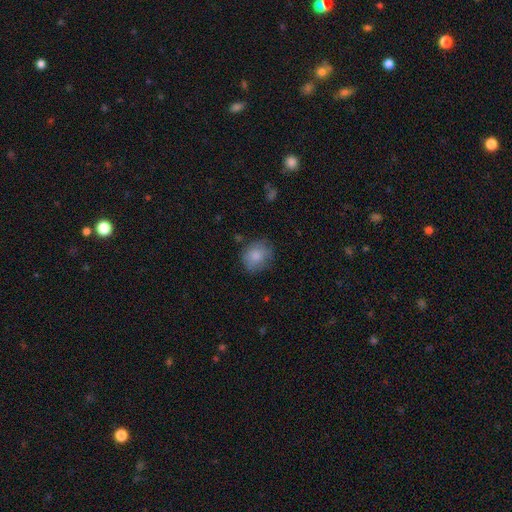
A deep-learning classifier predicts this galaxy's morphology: Smooth or featured?
  - smooth: 83% *
  - featured or disk: 9%
  - star or artifact: 8%
How rounded?
  - round: 67% *
  - in between: 32%
  - cigar-shaped: 1%
Merging?
  - none: 71% *
  - minor disturbance: 22%
  - major disturbance: 6%
  - merger: 2%